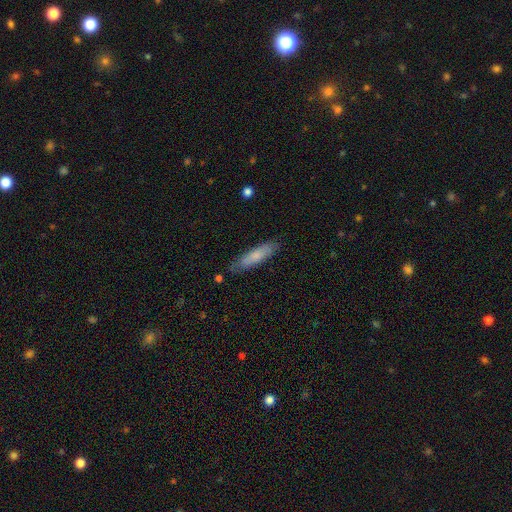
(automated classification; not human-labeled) smooth 73%, featured or disk 21%, star or artifact 6%. Down the decision tree: how rounded — cigar-shaped (71%); merging — none (79%).